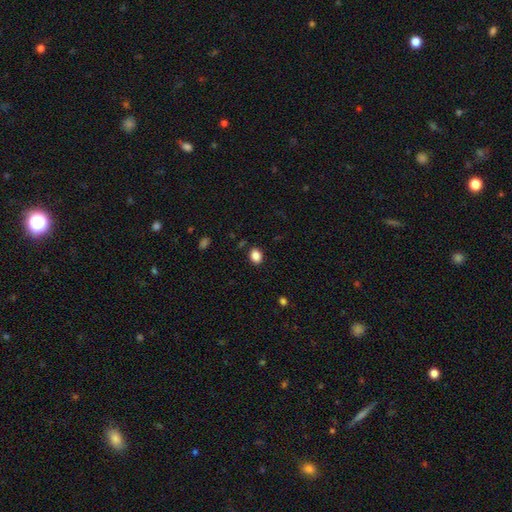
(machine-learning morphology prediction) Smooth or featured: smooth — 87% (star or artifact — 10%)
How rounded: in between — 58% (round — 41%)
Merging: none — 87% (minor disturbance — 9%)